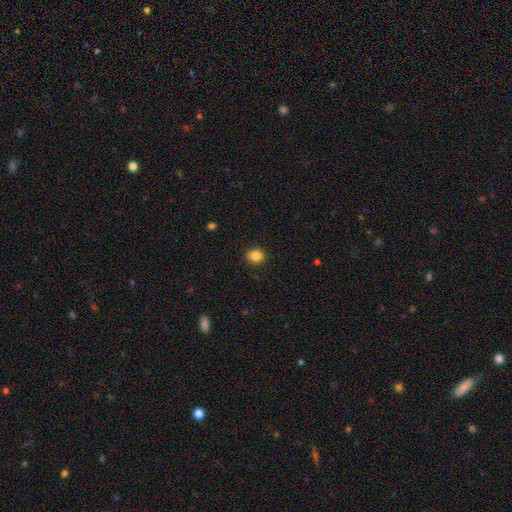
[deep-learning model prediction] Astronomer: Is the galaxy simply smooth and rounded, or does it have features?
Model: smooth — 85%.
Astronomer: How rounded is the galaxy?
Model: round — 67%.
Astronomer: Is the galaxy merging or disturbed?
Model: none — 90%.